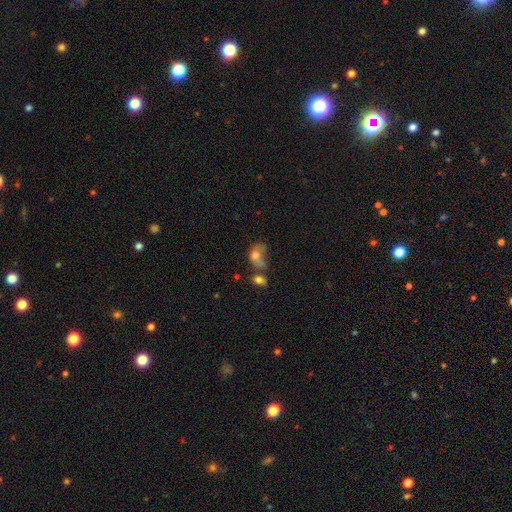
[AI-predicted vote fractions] The model was most divided on "merging": merger: 33%, major disturbance: 30%, minor disturbance: 18%, none: 18%. More confident: how rounded — in between (72%); smooth or featured — smooth (63%).